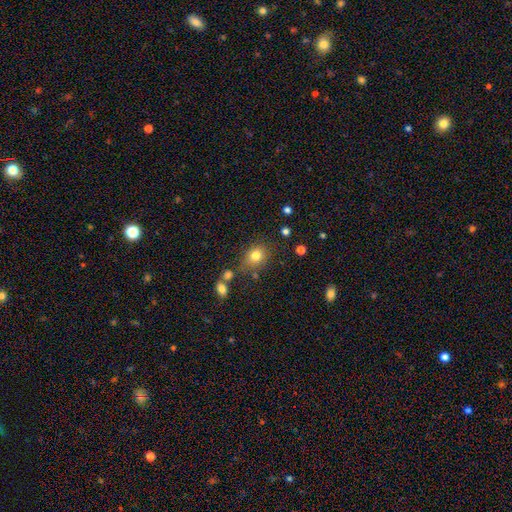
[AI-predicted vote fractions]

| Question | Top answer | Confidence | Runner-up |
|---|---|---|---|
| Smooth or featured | smooth | 79% | star or artifact (12%) |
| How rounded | round | 54% | in between (44%) |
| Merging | none | 72% | minor disturbance (15%) |